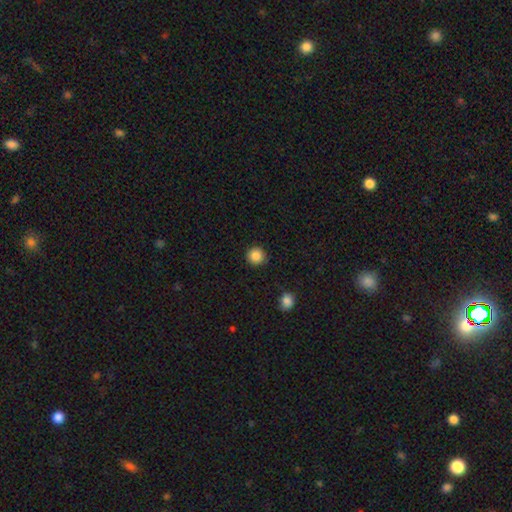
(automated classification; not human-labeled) The model was most divided on "smooth or featured": smooth: 87%, star or artifact: 10%, featured or disk: 4%. More confident: how rounded — round (94%); merging — none (91%).